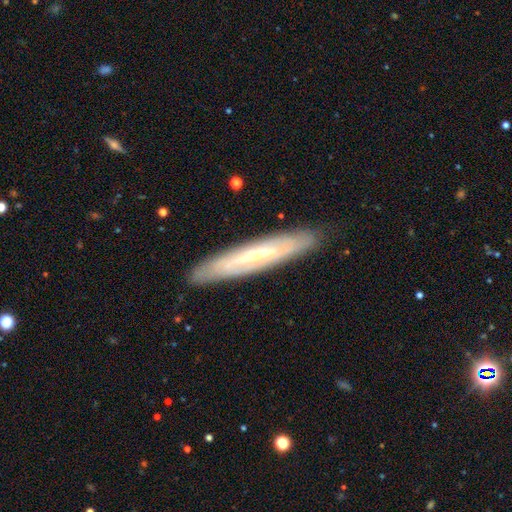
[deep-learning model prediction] Q: Smooth or featured?
A: featured or disk (62%); runner-up: smooth (31%)
Q: Edge-on disk?
A: yes (59%); runner-up: no (41%)
Q: Merging?
A: none (86%); runner-up: minor disturbance (11%)